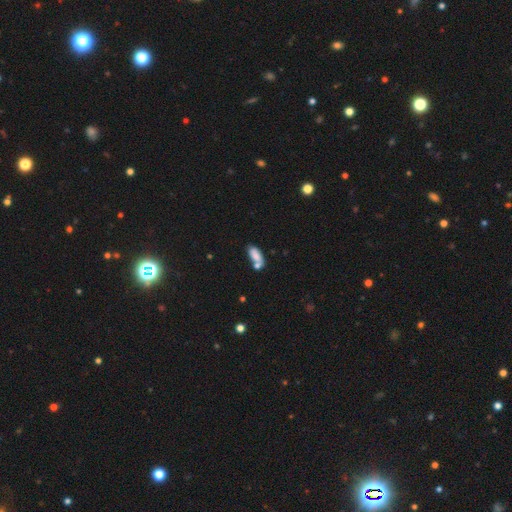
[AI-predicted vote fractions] Smooth or featured? Predicted: smooth (p=0.79). How rounded? Predicted: in between (p=0.84). Merging? Predicted: none (p=0.41).